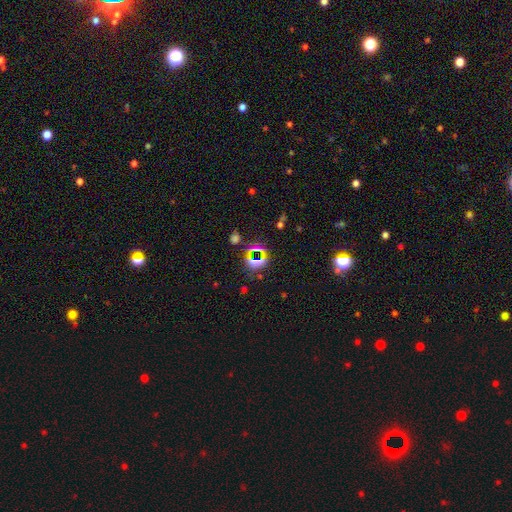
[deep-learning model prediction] A star or artifact, not a galaxy (68%).